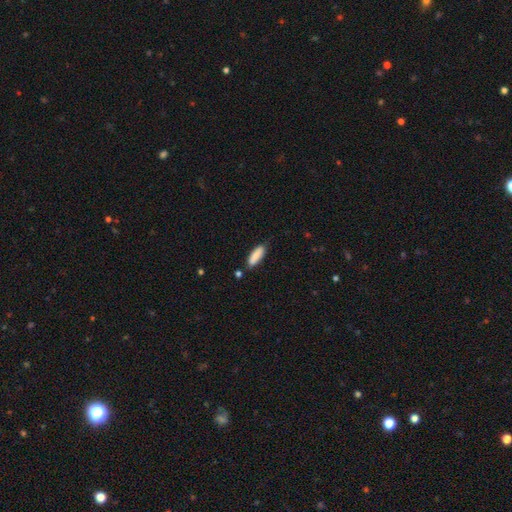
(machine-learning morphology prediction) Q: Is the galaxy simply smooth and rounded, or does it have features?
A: smooth — 86%.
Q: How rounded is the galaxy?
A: in between — 51%.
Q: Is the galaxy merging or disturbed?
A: none — 77%.